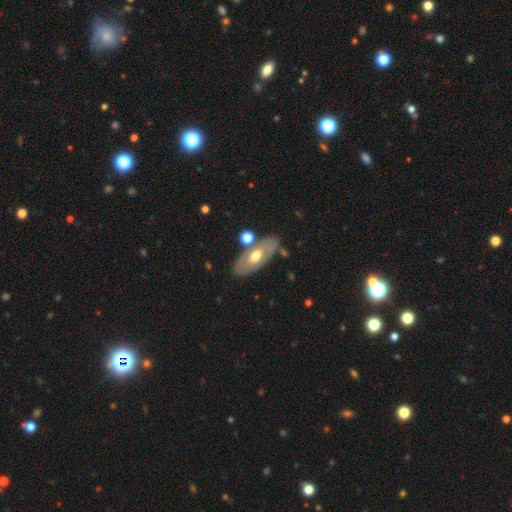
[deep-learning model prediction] Smooth or featured? smooth (47%, tied with featured or disk)
Merging? none (75%)